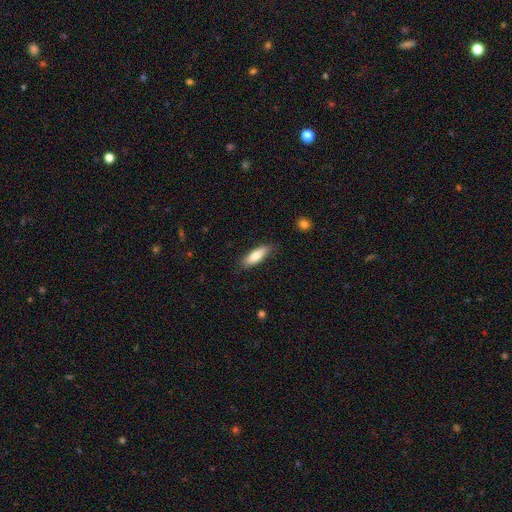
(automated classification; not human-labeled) Overall: smooth (77%). How rounded: in between (54%; cigar-shaped 44%). Merging: none (83%).